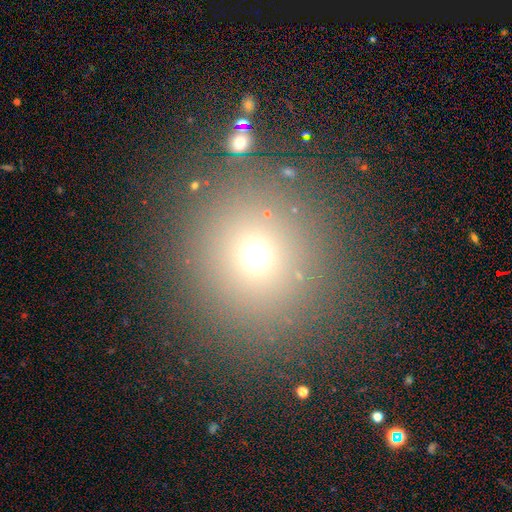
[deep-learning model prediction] smooth_or_featured: smooth (p=0.66) [alt: star or artifact p=0.26]
how_rounded: round (p=0.91) [alt: in between p=0.08]
merging: none (p=0.86) [alt: minor disturbance p=0.06]